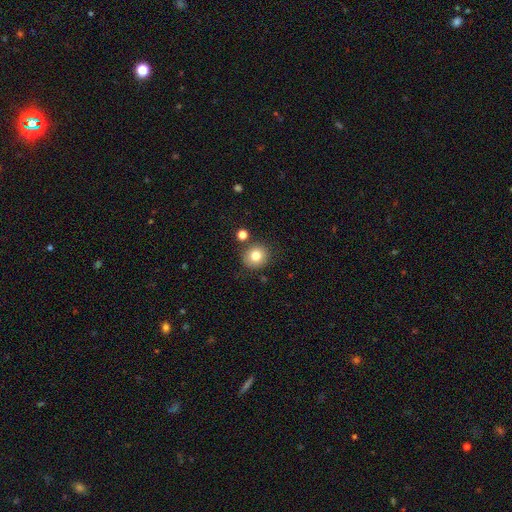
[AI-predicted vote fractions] Smooth or featured? Predicted: smooth (p=0.80). How rounded? Predicted: round (p=0.87). Merging? Predicted: none (p=0.81).